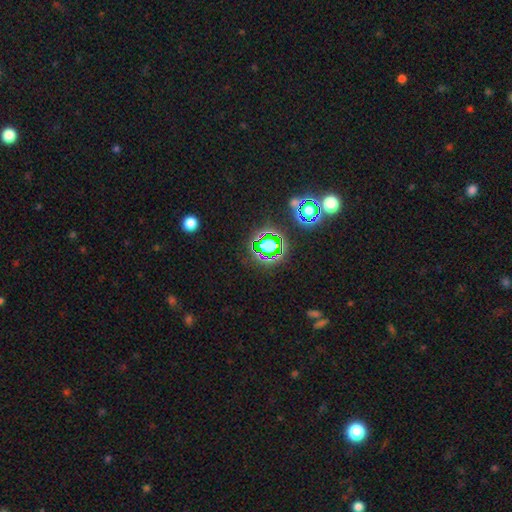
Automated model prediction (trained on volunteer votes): smooth-or-featured: star or artifact: 77% | smooth: 15% | featured or disk: 7%